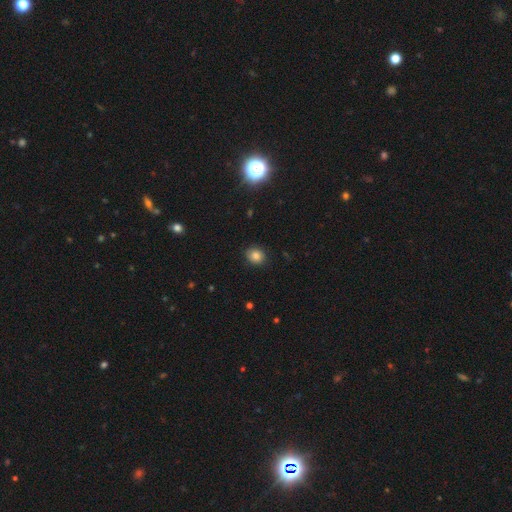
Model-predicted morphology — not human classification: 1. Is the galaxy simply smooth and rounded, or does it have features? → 82% smooth, 12% star or artifact, 6% featured or disk.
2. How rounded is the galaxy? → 74% round, 25% in between, 1% cigar-shaped.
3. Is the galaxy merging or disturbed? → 87% none, 10% minor disturbance, 2% major disturbance, 1% merger.